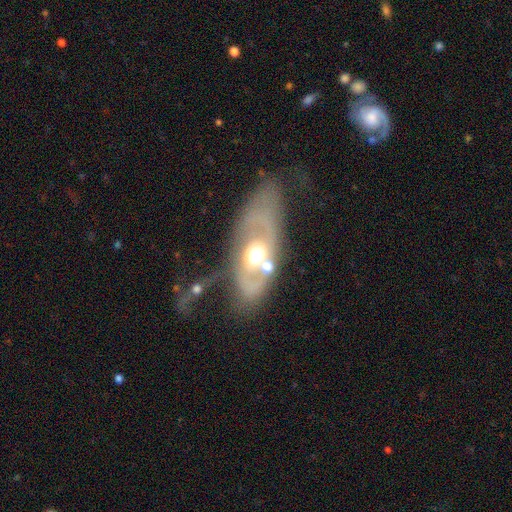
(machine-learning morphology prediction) Smooth or featured? Predicted: featured or disk (p=0.70). Edge-on disk? Predicted: no (p=0.90). Bar? Predicted: no (p=0.71). Spiral arms? Predicted: yes (p=0.60). Bulge size? Predicted: moderate (p=0.63). Merging? Predicted: none (p=0.49).